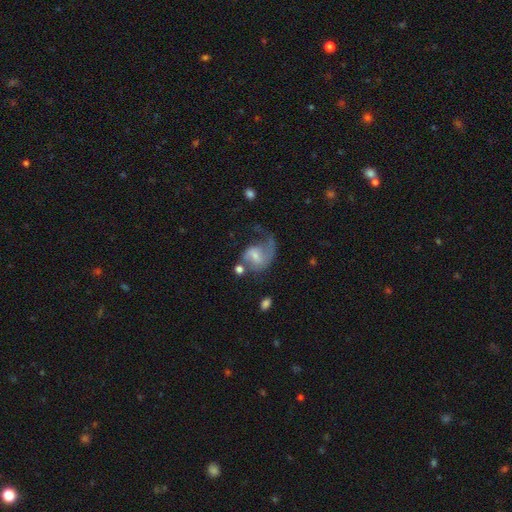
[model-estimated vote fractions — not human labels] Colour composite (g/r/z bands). It shows a featured or disk galaxy (68%) with a weak bar (50%), 1 (49%) loose (54%) spiral arms (88%) and a small central bulge (51%). Merging: major disturbance (41%).